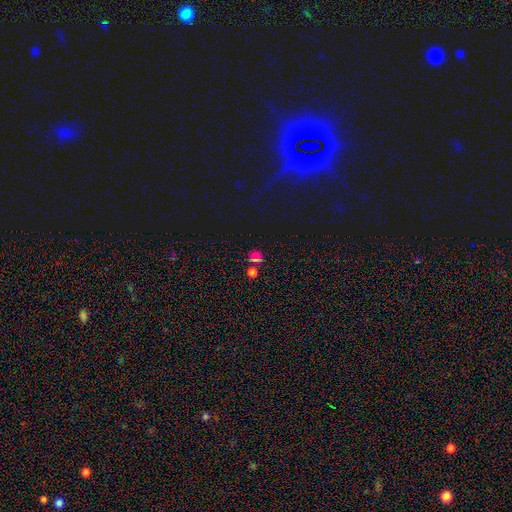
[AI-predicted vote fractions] The model was most divided on "smooth or featured": star or artifact: 54%, smooth: 37%, featured or disk: 8%.